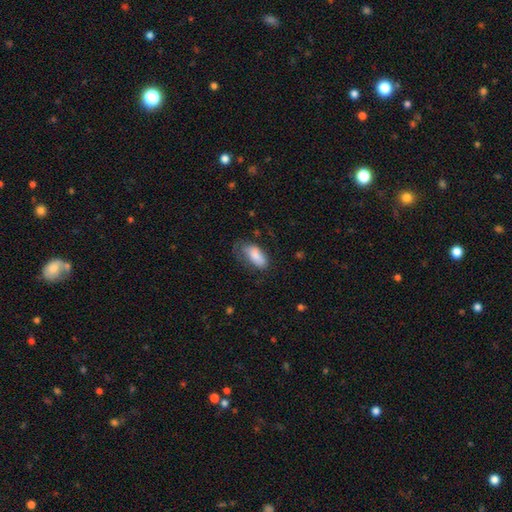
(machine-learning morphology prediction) The model was most divided on "merging": none: 40%, minor disturbance: 32%, major disturbance: 26%, merger: 2%. More confident: how rounded — in between (89%); smooth or featured — smooth (79%).